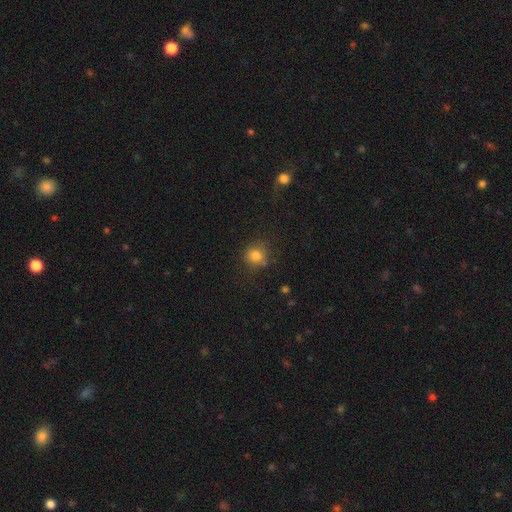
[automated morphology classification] Smooth or featured?
  - smooth: 81% *
  - star or artifact: 13%
  - featured or disk: 7%
How rounded?
  - round: 83% *
  - in between: 15%
  - cigar-shaped: 1%
Merging?
  - none: 74% *
  - minor disturbance: 16%
  - major disturbance: 6%
  - merger: 4%